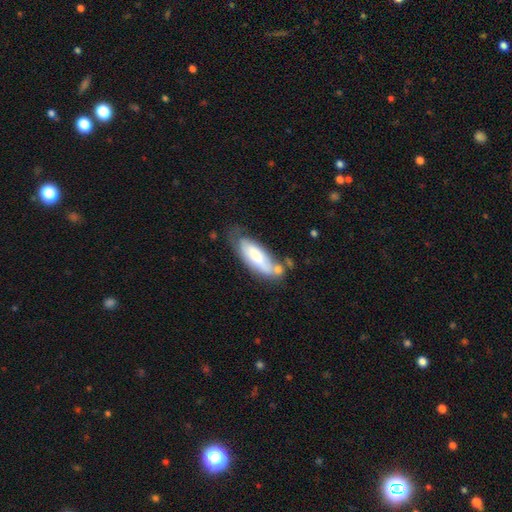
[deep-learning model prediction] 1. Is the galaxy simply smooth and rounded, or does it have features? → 66% smooth, 28% featured or disk, 6% star or artifact.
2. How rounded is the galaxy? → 63% in between, 35% cigar-shaped, 2% round.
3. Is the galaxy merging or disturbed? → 41% none, 30% minor disturbance, 16% merger, 14% major disturbance.